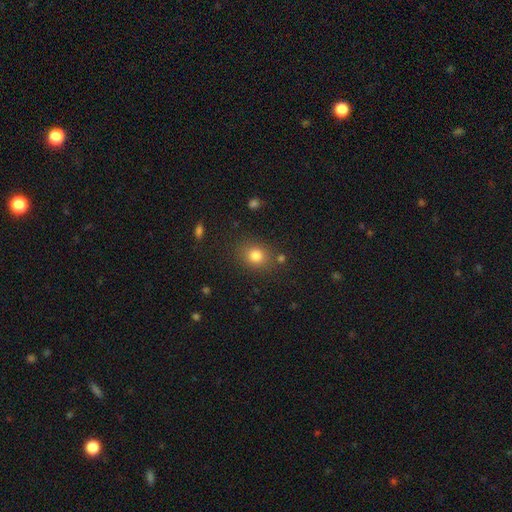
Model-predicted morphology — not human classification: Overall: smooth (81%). How rounded: round (66%; in between 33%). Merging: none (80%).